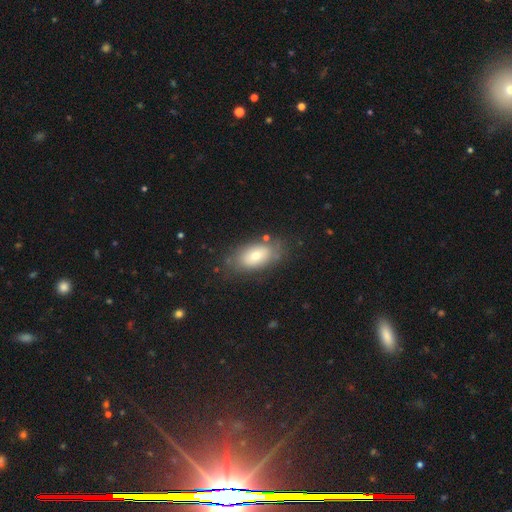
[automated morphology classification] This appears to be a smooth galaxy with no disk features (69%) that is in between round and cigar-shaped (91%). Merging: none (71%).